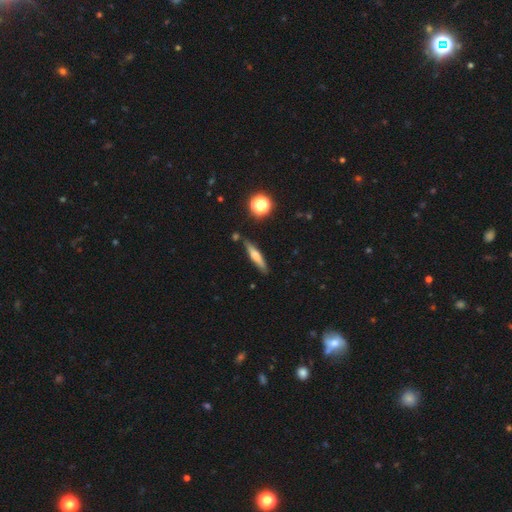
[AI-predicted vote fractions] This appears to be a smooth galaxy with no disk features (51%) that is cigar-shaped (85%). Merging: none (84%).